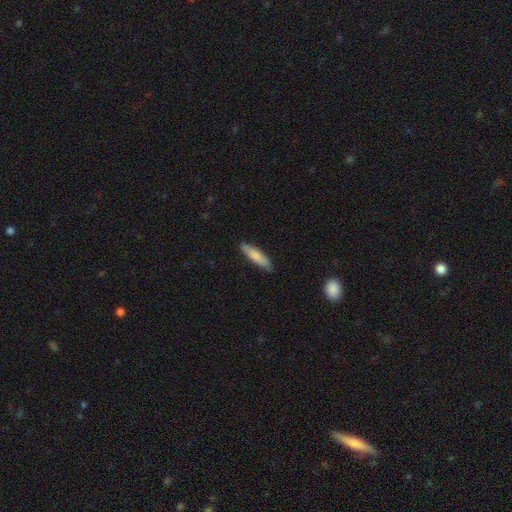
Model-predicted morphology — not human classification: type=smooth (78%); roundness=cigar-shaped (75%); merging=none (87%).